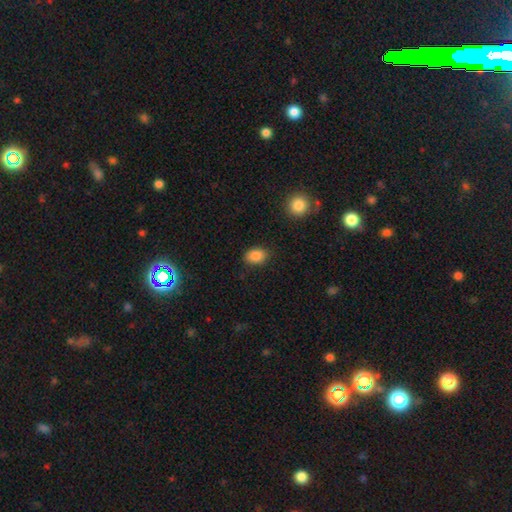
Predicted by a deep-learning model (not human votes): This is clearly a smooth galaxy (87%). How rounded: likely in between (76%). Merging: clearly none (84%).